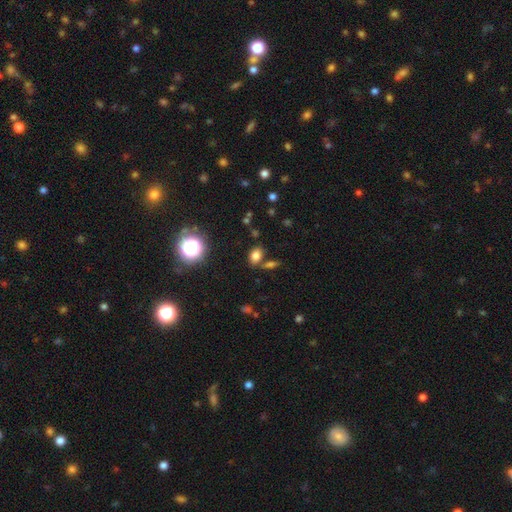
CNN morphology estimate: A smooth galaxy with no disk features (76%) that is in between round and cigar-shaped (78%).

Vote fractions:
- Smooth or featured? smooth: 76% / star or artifact: 16% / featured or disk: 8%
- How rounded? in between: 78% / round: 20% / cigar-shaped: 2%
- Merging? none: 71% / merger: 14% / minor disturbance: 11% / major disturbance: 4%